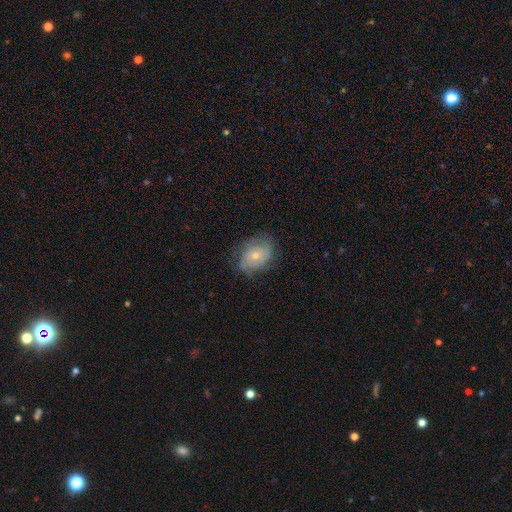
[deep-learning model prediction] featured or disk 58%, smooth 34%, star or artifact 8%. Down the decision tree: edge-on disk — no (96%); bar — no (81%); spiral arms — yes (76%); bulge size — small (58%); merging — none (67%).